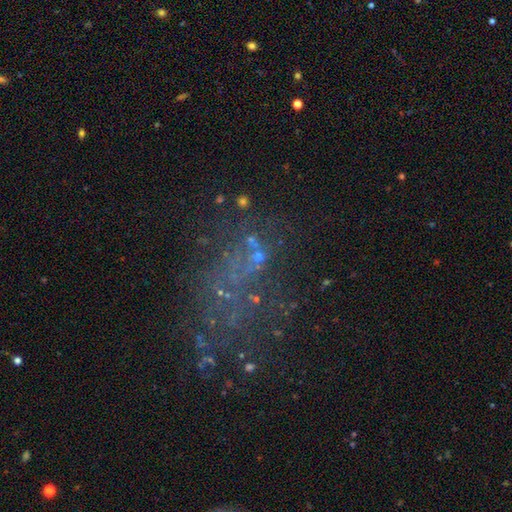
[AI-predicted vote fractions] The model was most divided on "smooth or featured": featured or disk: 41%, star or artifact: 39%, smooth: 20%. Remaining: merging — none (46%).